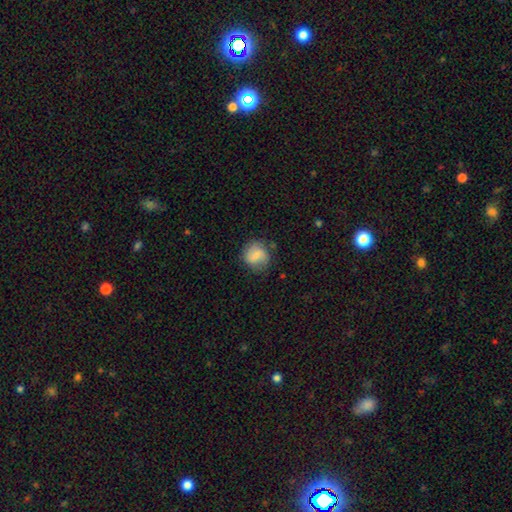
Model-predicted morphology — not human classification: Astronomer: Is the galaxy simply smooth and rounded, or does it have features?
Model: smooth — 51% (runner-up: featured or disk, 41%).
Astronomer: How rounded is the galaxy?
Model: round — 83%.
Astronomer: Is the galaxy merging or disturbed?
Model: none — 72%.